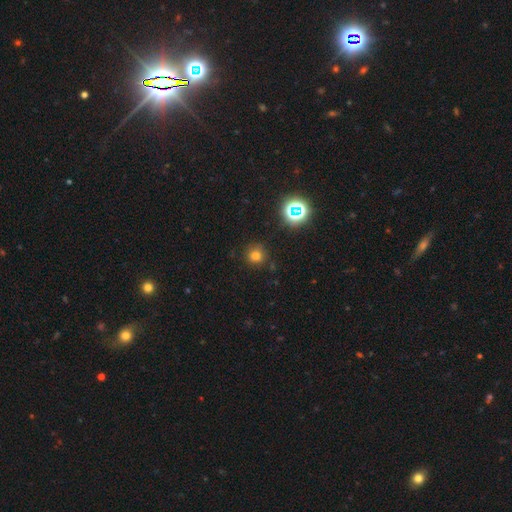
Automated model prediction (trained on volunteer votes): This is likely a smooth galaxy (71%). How rounded: clearly round (93%). Merging: clearly none (86%).